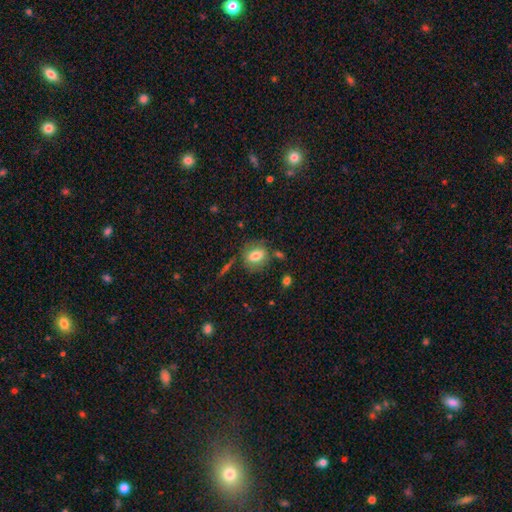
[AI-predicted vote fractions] The model was most divided on "how rounded": in between: 53%, round: 45%, cigar-shaped: 2%. More confident: smooth or featured — smooth (75%); merging — none (72%).